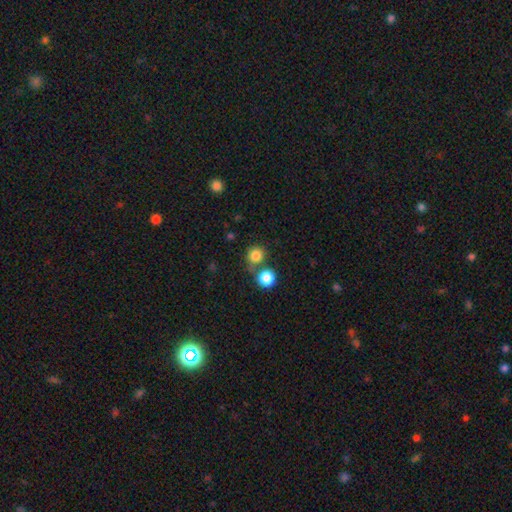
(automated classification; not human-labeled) Morphology: type=smooth (82%); roundness=round (90%); merging=none (61%).